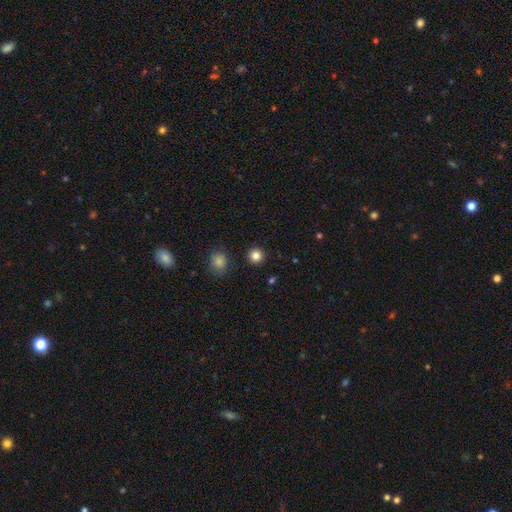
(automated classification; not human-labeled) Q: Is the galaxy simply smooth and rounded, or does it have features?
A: smooth — 85%.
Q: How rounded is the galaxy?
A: round — 94%.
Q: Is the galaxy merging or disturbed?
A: none — 91%.